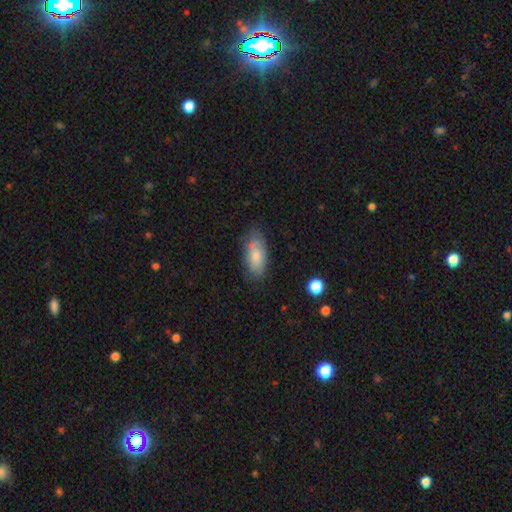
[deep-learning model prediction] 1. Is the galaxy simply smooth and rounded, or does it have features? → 76% smooth, 17% featured or disk, 7% star or artifact.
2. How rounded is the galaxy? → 88% in between, 9% cigar-shaped, 3% round.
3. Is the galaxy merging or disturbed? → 66% none, 23% minor disturbance, 6% merger, 6% major disturbance.